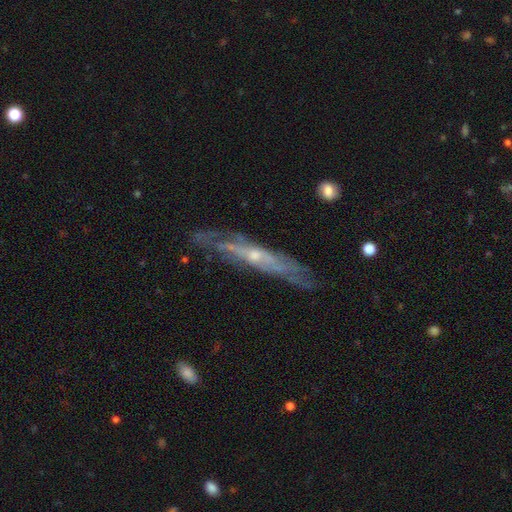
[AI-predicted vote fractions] This is likely a featured or disk galaxy (79%). It is likely viewed edge-on (62%). Merging: likely none (69%).